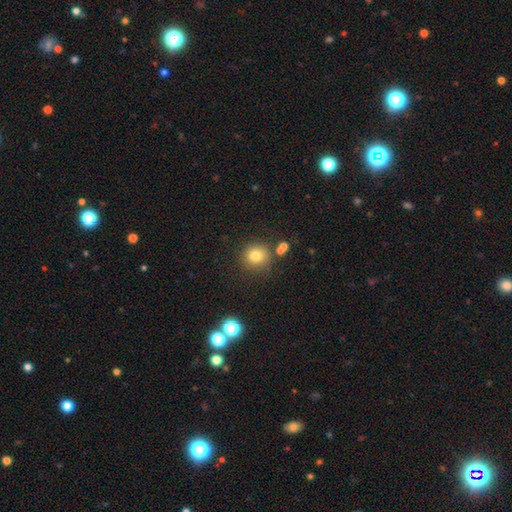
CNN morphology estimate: This appears to be a smooth galaxy with no disk features (79%) that is round (89%). Merging: none (79%).